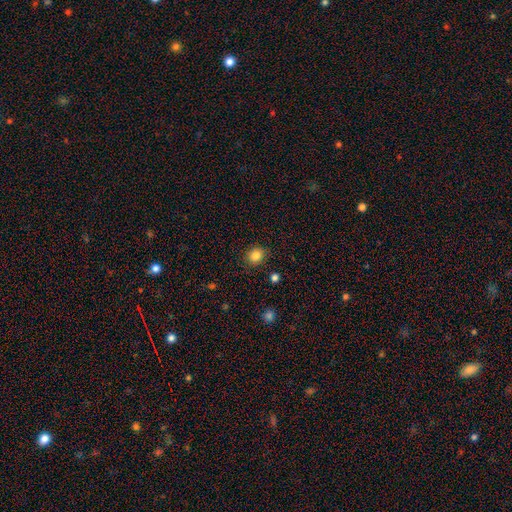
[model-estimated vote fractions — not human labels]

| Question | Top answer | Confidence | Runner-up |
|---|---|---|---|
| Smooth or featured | smooth | 84% | star or artifact (11%) |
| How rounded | round | 72% | in between (28%) |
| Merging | none | 87% | minor disturbance (9%) |